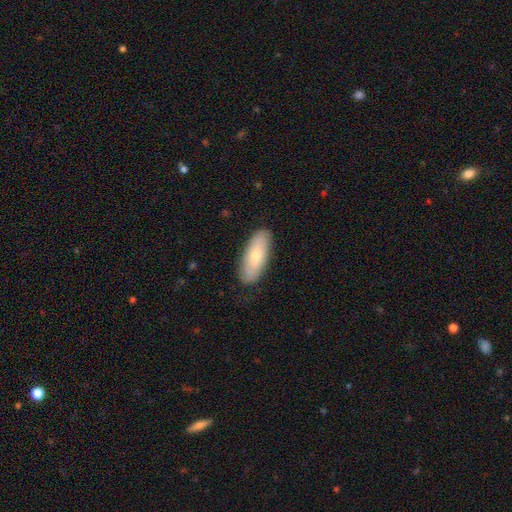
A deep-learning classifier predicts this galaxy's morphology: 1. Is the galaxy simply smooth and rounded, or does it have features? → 69% smooth, 26% featured or disk, 6% star or artifact.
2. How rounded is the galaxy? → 76% in between, 21% cigar-shaped, 2% round.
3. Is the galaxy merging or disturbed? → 85% none, 11% minor disturbance, 2% major disturbance, 1% merger.